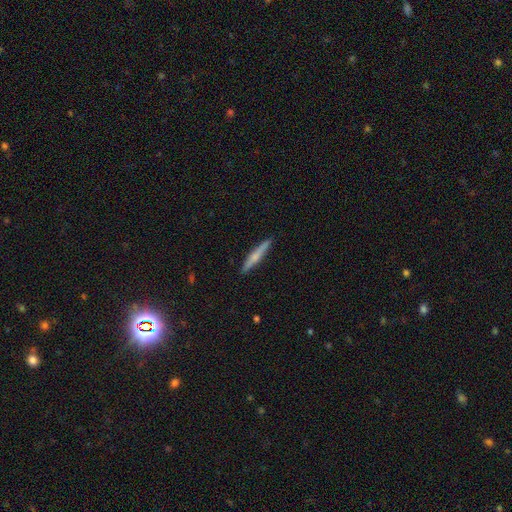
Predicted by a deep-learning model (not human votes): Smooth or featured? smooth (49%)
Merging? none (91%)